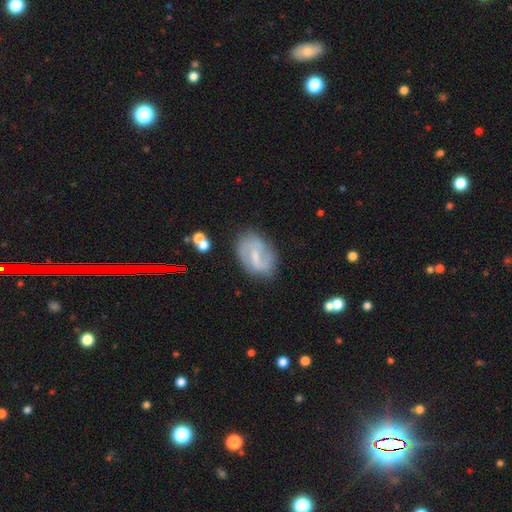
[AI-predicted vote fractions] Overall: featured or disk (63%; smooth 29%). Edge-on disk: no (96%). Bar: weak (55%; strong 25%). Spiral arms: yes (77%). Bulge size: small (47%; moderate 27%). Merging: none (73%).